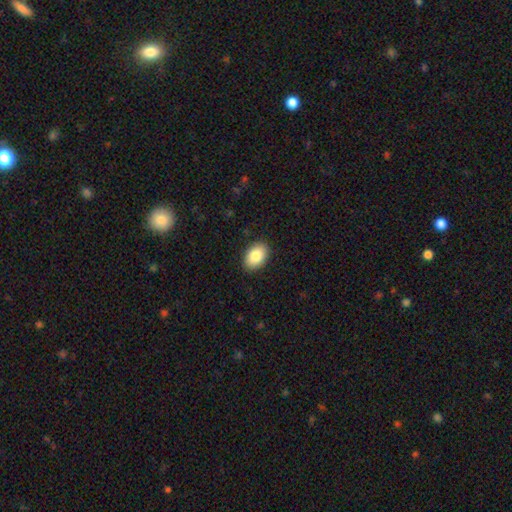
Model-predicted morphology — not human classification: Smooth or featured: smooth — 85% (featured or disk — 8%)
How rounded: in between — 89% (round — 10%)
Merging: none — 90% (minor disturbance — 8%)